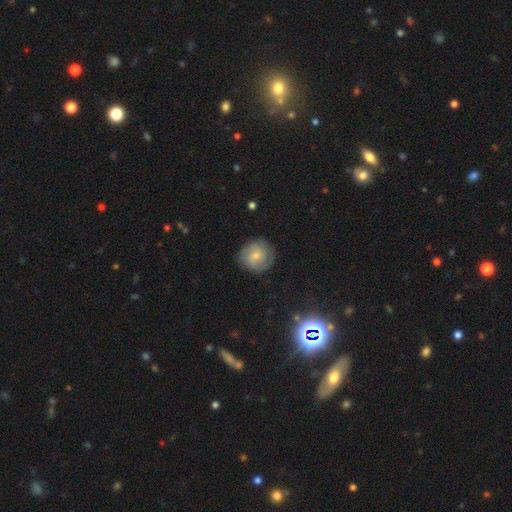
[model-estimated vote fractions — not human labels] smooth-or-featured: featured or disk: 50% | smooth: 43% | star or artifact: 7%
  merging: none: 82% | minor disturbance: 13% | major disturbance: 4% | merger: 1%